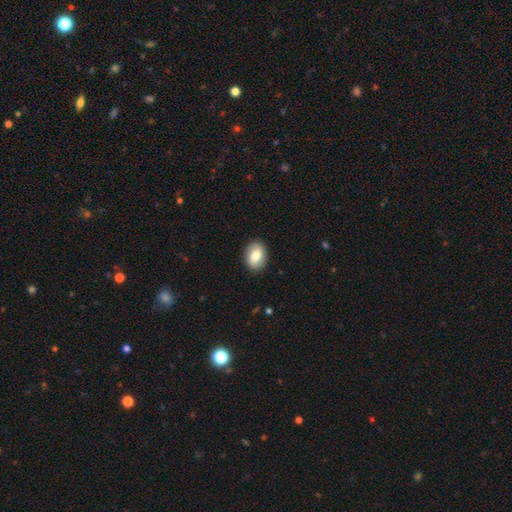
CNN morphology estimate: Q: Smooth or featured?
A: smooth (76%); runner-up: featured or disk (17%)
Q: How rounded?
A: in between (73%); runner-up: round (25%)
Q: Merging?
A: none (89%); runner-up: minor disturbance (8%)